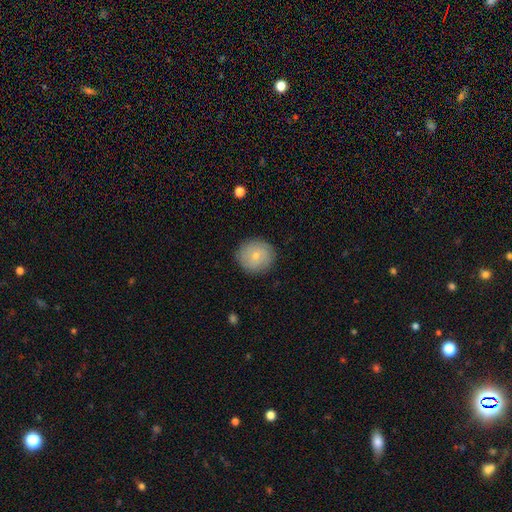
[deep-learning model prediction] Overall: smooth (68%). How rounded: round (87%). Merging: none (87%).